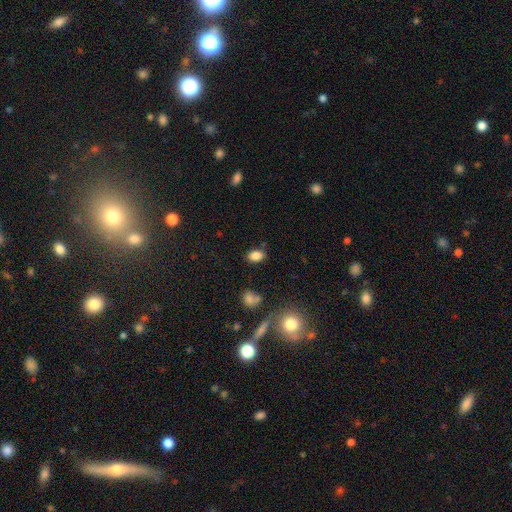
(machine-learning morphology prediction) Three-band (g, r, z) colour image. It shows a smooth galaxy with no disk features (84%) that is in between round and cigar-shaped (81%). Merging: none (81%).